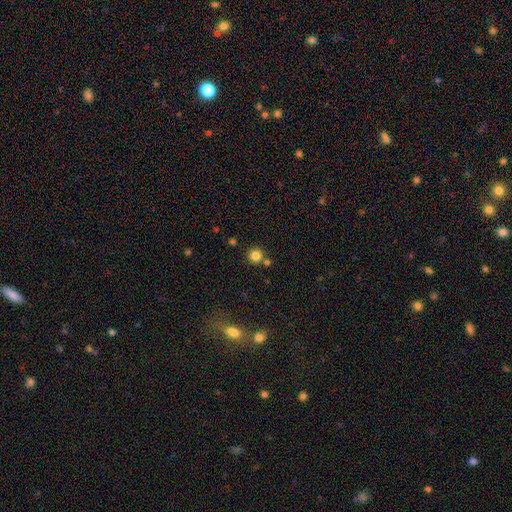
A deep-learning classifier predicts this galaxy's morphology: type=smooth (82%); roundness=round (94%); merging=none (79%).